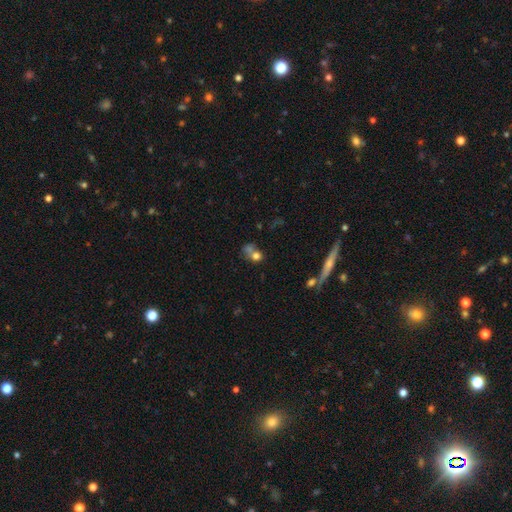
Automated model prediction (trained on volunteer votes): The model was most divided on "merging": merger: 47%, none: 33%, minor disturbance: 10%, major disturbance: 9%. More confident: smooth or featured — smooth (68%); how rounded — round (64%).